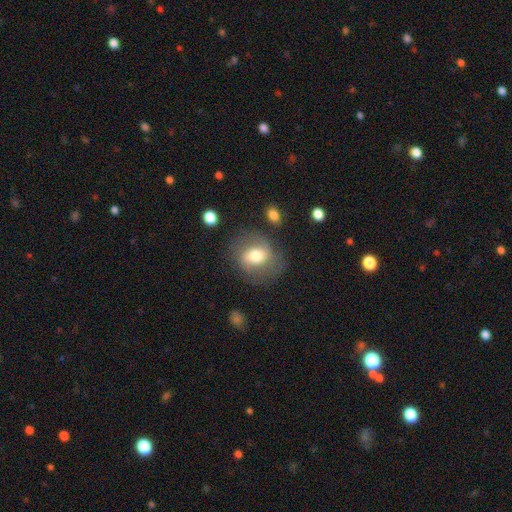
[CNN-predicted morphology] A smooth galaxy with no disk features (55%) that is round (56%).

Vote fractions:
- Smooth or featured? smooth: 55% / featured or disk: 36% / star or artifact: 9%
- How rounded? round: 56% / in between: 43% / cigar-shaped: 1%
- Merging? none: 66% / minor disturbance: 19% / major disturbance: 12% / merger: 3%